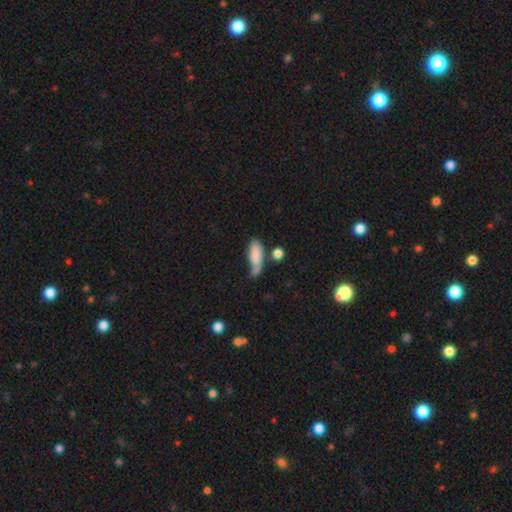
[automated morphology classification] smooth-or-featured: smooth: 80% | featured or disk: 12% | star or artifact: 8%
  how-rounded: in between: 74% | cigar-shaped: 23% | round: 3%
  merging: none: 40% | merger: 25% | minor disturbance: 23% | major disturbance: 12%